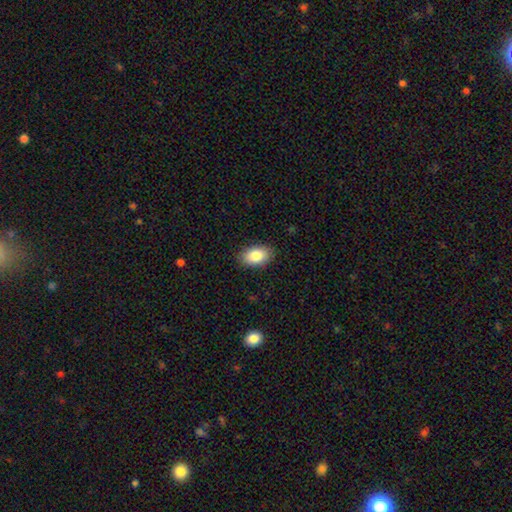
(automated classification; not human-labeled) Smooth or featured? Predicted: smooth (p=0.85). How rounded? Predicted: in between (p=0.93). Merging? Predicted: none (p=0.87).